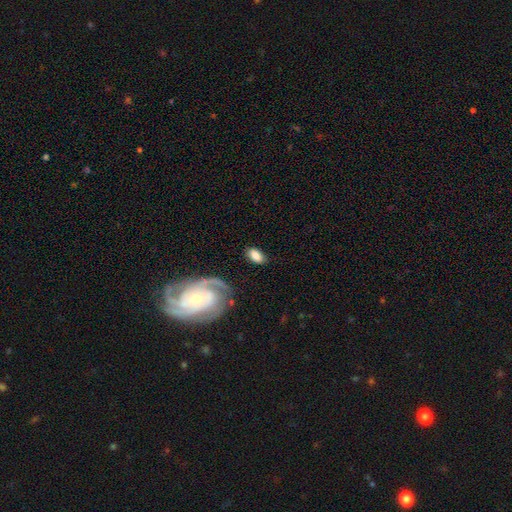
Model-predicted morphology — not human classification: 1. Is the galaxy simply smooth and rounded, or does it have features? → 76% smooth, 17% featured or disk, 7% star or artifact.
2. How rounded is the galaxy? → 91% in between, 6% round, 3% cigar-shaped.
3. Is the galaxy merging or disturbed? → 78% none, 13% minor disturbance, 5% major disturbance, 3% merger.